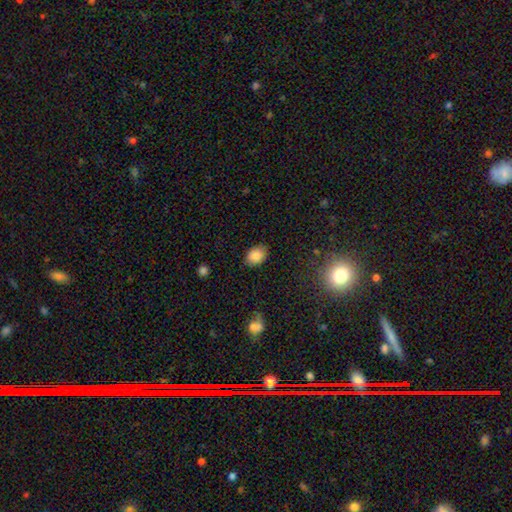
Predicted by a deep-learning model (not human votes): Q: Smooth or featured?
A: smooth (85%); runner-up: star or artifact (9%)
Q: How rounded?
A: in between (70%); runner-up: round (29%)
Q: Merging?
A: none (83%); runner-up: minor disturbance (13%)